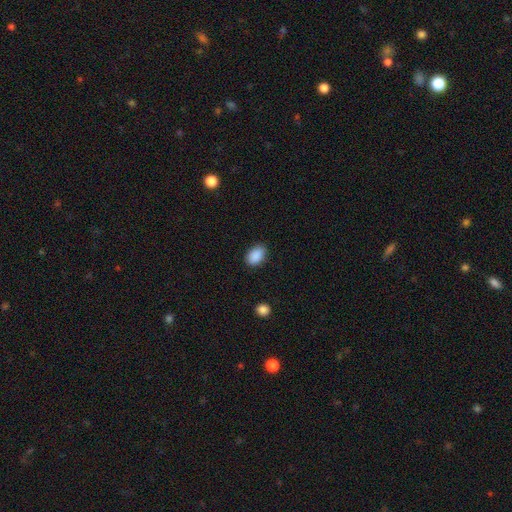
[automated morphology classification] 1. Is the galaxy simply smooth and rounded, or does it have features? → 89% smooth, 8% star or artifact, 3% featured or disk.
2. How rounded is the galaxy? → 85% in between, 14% round, 1% cigar-shaped.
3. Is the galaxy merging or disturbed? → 83% none, 13% minor disturbance, 3% major disturbance, 1% merger.